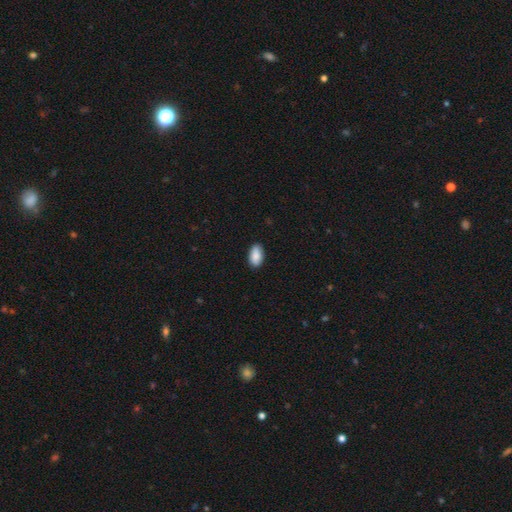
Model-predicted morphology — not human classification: Smooth or featured?
  - smooth: 89% *
  - star or artifact: 6%
  - featured or disk: 5%
How rounded?
  - in between: 94% *
  - round: 4%
  - cigar-shaped: 3%
Merging?
  - none: 87% *
  - minor disturbance: 10%
  - major disturbance: 2%
  - merger: 1%